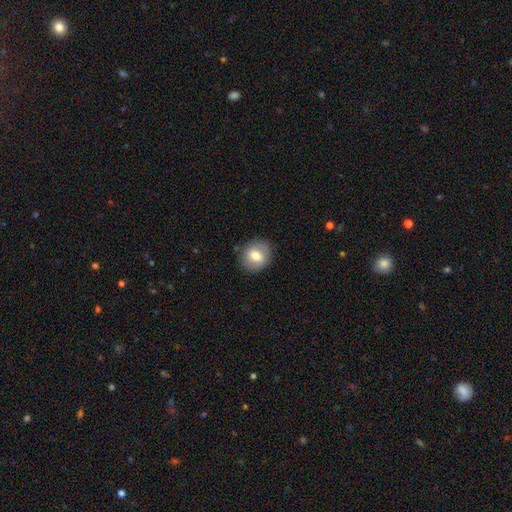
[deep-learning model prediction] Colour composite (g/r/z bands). It shows a smooth galaxy with no disk features (67%) that is round (70%). Merging: none (83%).